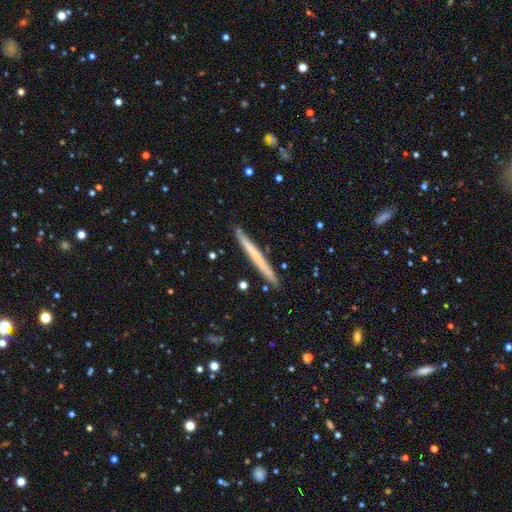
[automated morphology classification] This is possibly a smooth galaxy (55%). How rounded: clearly cigar-shaped (97%). Merging: clearly none (91%).